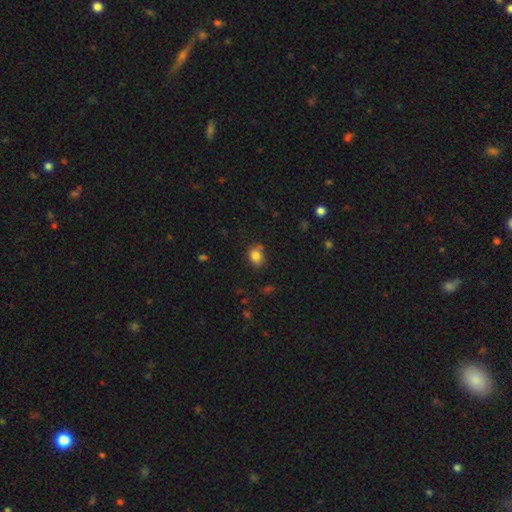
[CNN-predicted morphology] Smooth or featured?
  - smooth: 83% *
  - star or artifact: 10%
  - featured or disk: 7%
How rounded?
  - round: 50% *
  - in between: 49%
  - cigar-shaped: 1%
Merging?
  - none: 69% *
  - minor disturbance: 20%
  - merger: 6%
  - major disturbance: 5%